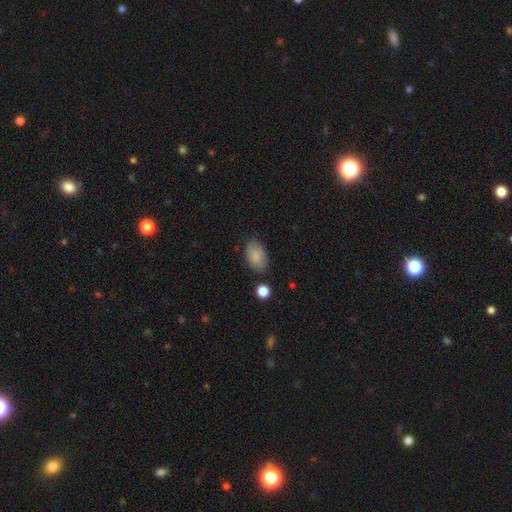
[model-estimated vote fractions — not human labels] Morphology: type=smooth (86%); roundness=in between (90%); merging=none (78%).